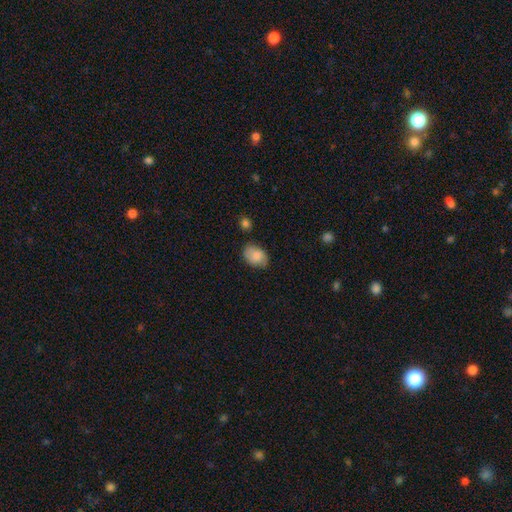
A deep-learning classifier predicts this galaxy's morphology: Smooth or featured? Predicted: smooth (p=0.73). How rounded? Predicted: in between (p=0.82). Merging? Predicted: none (p=0.69).